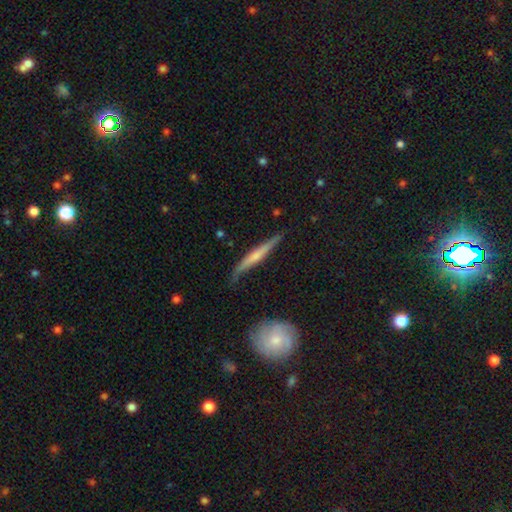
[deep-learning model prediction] featured or disk 58%, smooth 37%, star or artifact 5%. Down the decision tree: edge-on disk — yes (92%); edge-on bulge — rounded (46%); merging — none (73%).